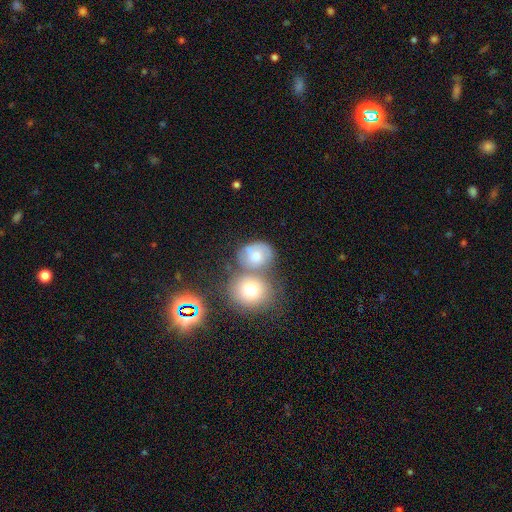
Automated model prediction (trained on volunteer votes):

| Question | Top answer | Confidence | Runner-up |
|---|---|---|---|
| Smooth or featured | smooth | 49% | featured or disk (40%) |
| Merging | none | 38% | merger (37%) |